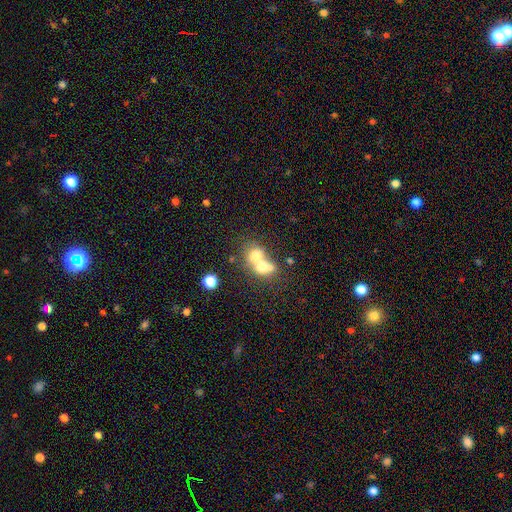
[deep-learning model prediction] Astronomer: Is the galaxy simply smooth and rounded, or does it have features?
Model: smooth — 65%.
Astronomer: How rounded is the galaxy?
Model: round — 55% (runner-up: in between, 44%).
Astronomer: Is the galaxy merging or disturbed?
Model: merger — 71%.